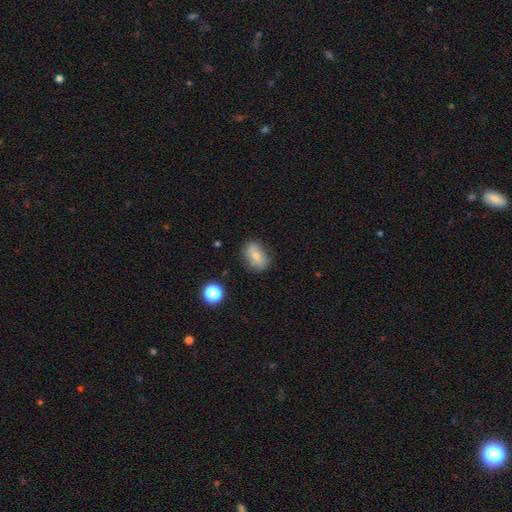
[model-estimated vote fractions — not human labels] A smooth galaxy with no disk features (65%) that is in between round and cigar-shaped (77%).

Vote fractions:
- Smooth or featured? smooth: 65% / featured or disk: 26% / star or artifact: 10%
- How rounded? in between: 77% / round: 21% / cigar-shaped: 2%
- Merging? none: 77% / minor disturbance: 17% / major disturbance: 4% / merger: 2%